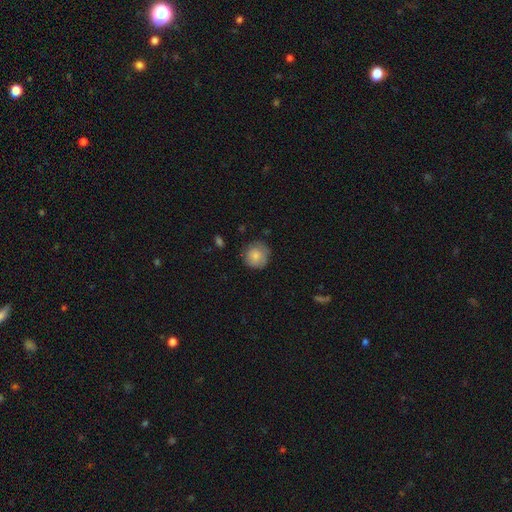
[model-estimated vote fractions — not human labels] Smooth or featured? smooth (80%)
How rounded? round (92%)
Merging? none (75%)